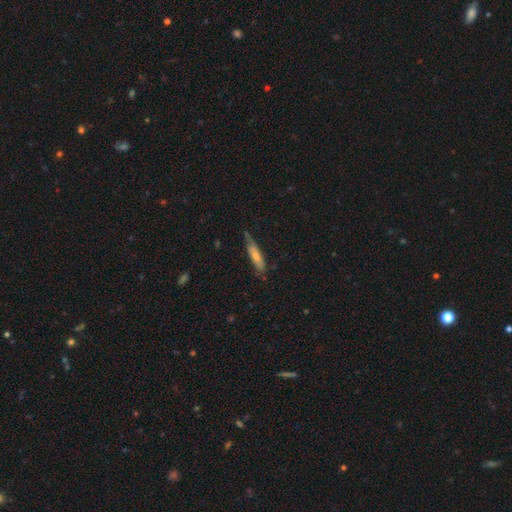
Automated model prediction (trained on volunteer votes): Overall: smooth (63%; featured or disk 31%). How rounded: cigar-shaped (73%). Merging: none (60%; minor disturbance 30%).